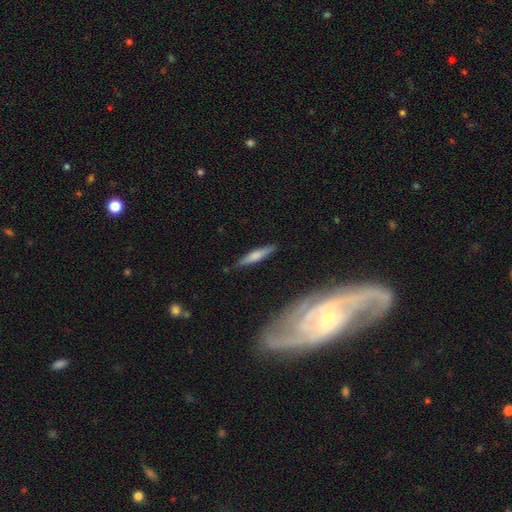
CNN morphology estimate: Smooth or featured? smooth (54%)
How rounded? cigar-shaped (86%)
Merging? none (84%)